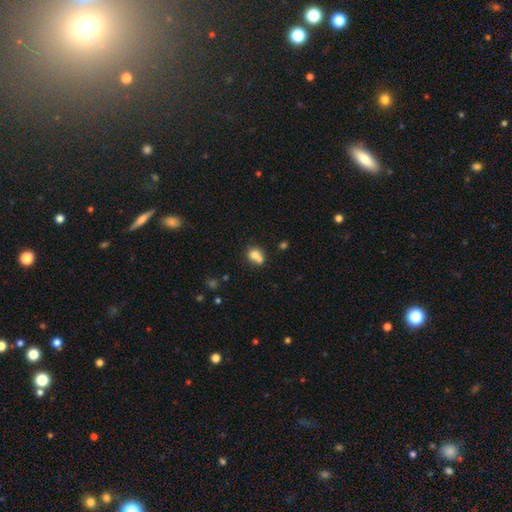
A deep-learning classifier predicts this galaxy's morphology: Smooth or featured: smooth — 74% (featured or disk — 15%)
How rounded: round — 63% (in between — 36%)
Merging: merger — 52% (none — 33%)